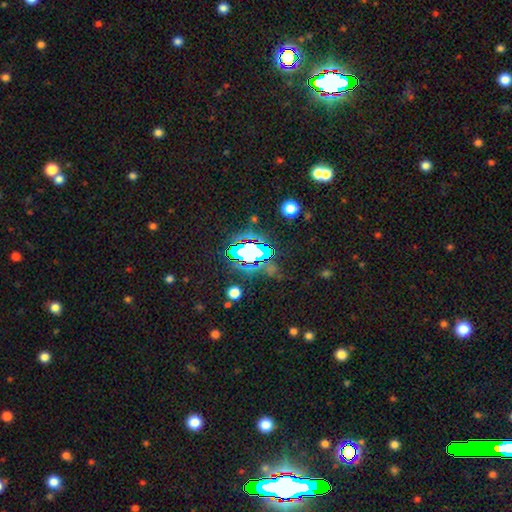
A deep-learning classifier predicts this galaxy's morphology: type=star or artifact (73%).